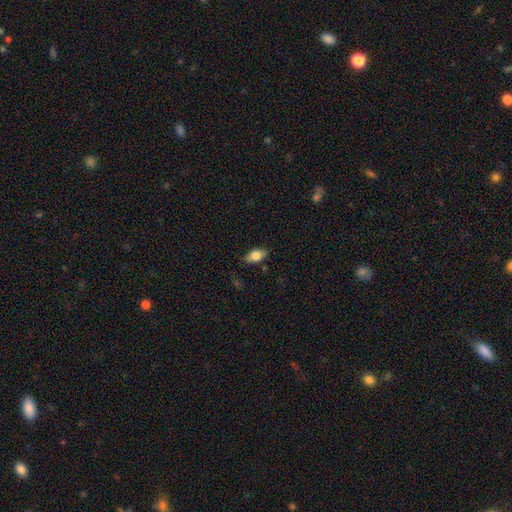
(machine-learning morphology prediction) Smooth or featured? Predicted: smooth (p=0.80). How rounded? Predicted: in between (p=0.91). Merging? Predicted: none (p=0.84).